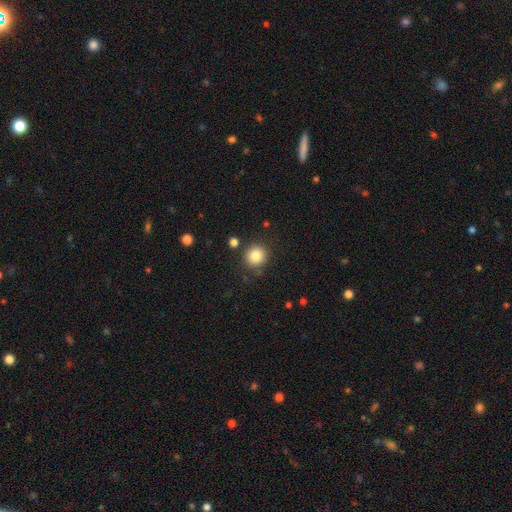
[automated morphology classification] The model was most divided on "smooth or featured": smooth: 84%, star or artifact: 10%, featured or disk: 6%. More confident: how rounded — round (89%); merging — none (85%).